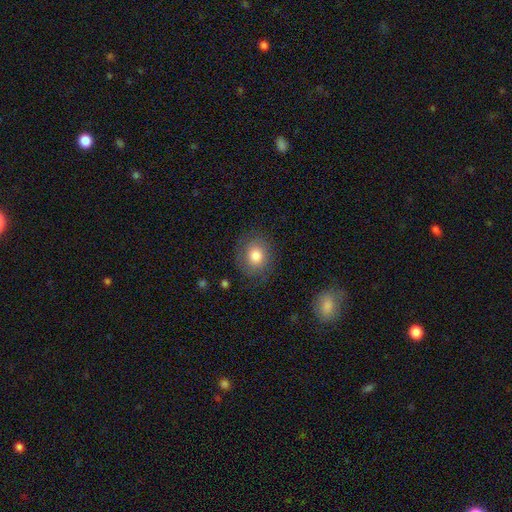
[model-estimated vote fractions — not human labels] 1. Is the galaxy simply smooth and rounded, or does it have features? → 76% smooth, 15% featured or disk, 9% star or artifact.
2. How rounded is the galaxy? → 70% round, 29% in between, 1% cigar-shaped.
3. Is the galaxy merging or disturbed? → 81% none, 13% minor disturbance, 5% major disturbance, 1% merger.